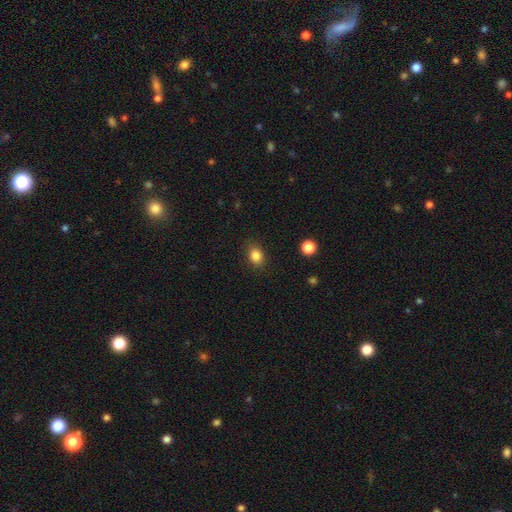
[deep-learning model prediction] Smooth or featured?
  - smooth: 84% *
  - star or artifact: 11%
  - featured or disk: 5%
How rounded?
  - in between: 58% *
  - round: 41%
  - cigar-shaped: 1%
Merging?
  - none: 84% *
  - minor disturbance: 12%
  - major disturbance: 3%
  - merger: 1%